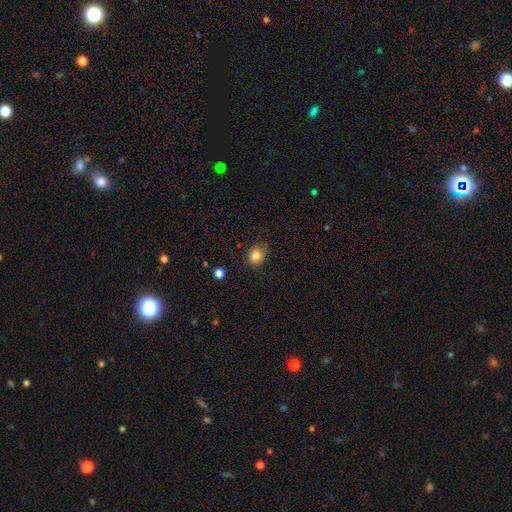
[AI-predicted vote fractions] A smooth galaxy with no disk features (82%) that is round (59%).

Vote fractions:
- Smooth or featured? smooth: 82% / star or artifact: 10% / featured or disk: 8%
- How rounded? round: 59% / in between: 40% / cigar-shaped: 1%
- Merging? none: 69% / minor disturbance: 23% / major disturbance: 6% / merger: 2%